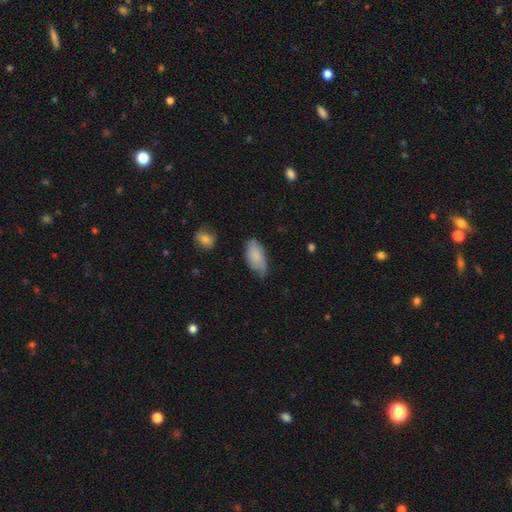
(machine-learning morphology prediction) Q: Smooth or featured?
A: smooth (77%); runner-up: featured or disk (16%)
Q: How rounded?
A: in between (93%); runner-up: cigar-shaped (5%)
Q: Merging?
A: none (54%); runner-up: minor disturbance (36%)